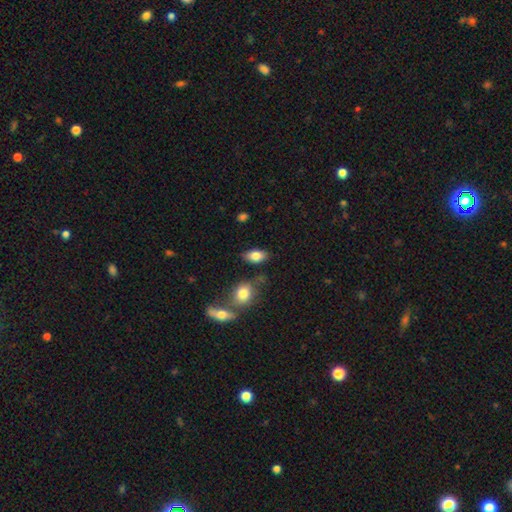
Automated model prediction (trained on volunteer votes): Q: Smooth or featured?
A: smooth (81%); runner-up: featured or disk (11%)
Q: How rounded?
A: in between (90%); runner-up: round (7%)
Q: Merging?
A: none (78%); runner-up: minor disturbance (13%)